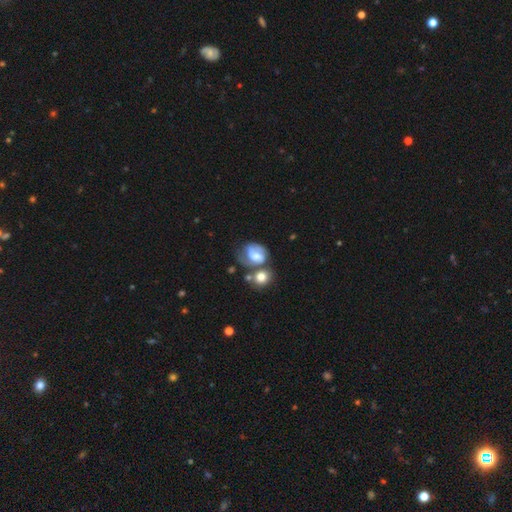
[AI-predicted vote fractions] Smooth or featured? featured or disk (51%)
Edge-on disk? no (97%)
Merging? none (35%)